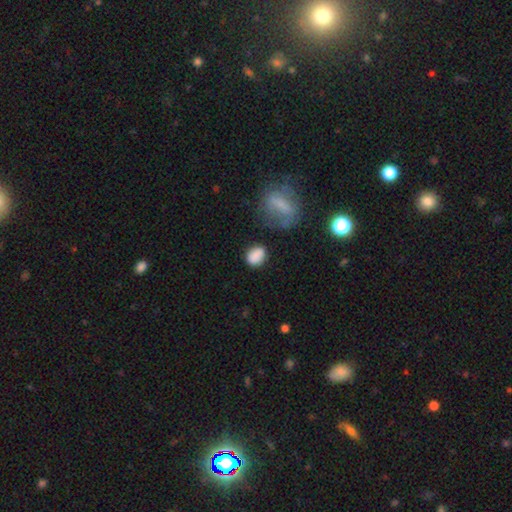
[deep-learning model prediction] Smooth or featured? smooth (85%)
How rounded? in between (63%)
Merging? none (72%)